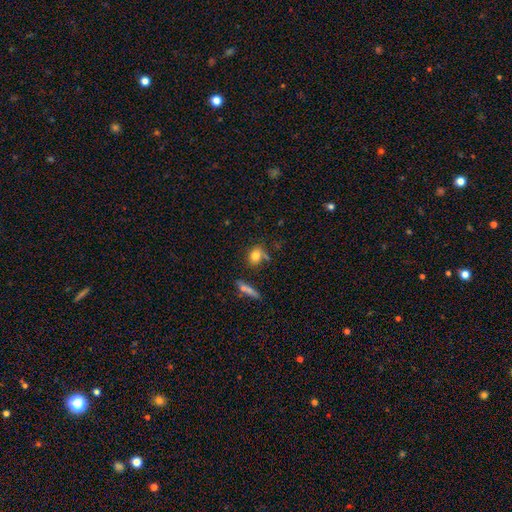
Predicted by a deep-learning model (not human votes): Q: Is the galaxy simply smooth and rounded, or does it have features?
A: smooth — 79%.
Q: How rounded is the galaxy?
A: in between — 51%.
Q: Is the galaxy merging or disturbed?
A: none — 67%.